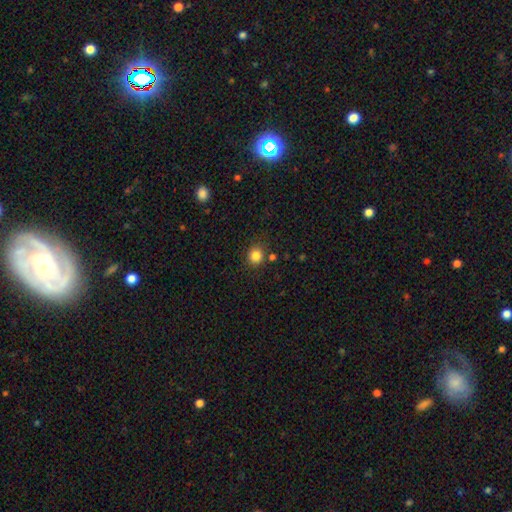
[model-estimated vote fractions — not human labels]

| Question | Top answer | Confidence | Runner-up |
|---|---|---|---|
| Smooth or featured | smooth | 84% | star or artifact (12%) |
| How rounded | round | 84% | in between (15%) |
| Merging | none | 82% | minor disturbance (10%) |